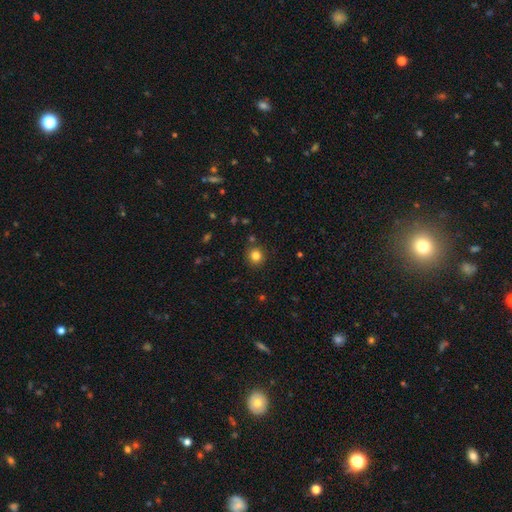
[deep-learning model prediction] This is clearly a smooth galaxy (81%). How rounded: clearly round (92%). Merging: clearly none (88%).